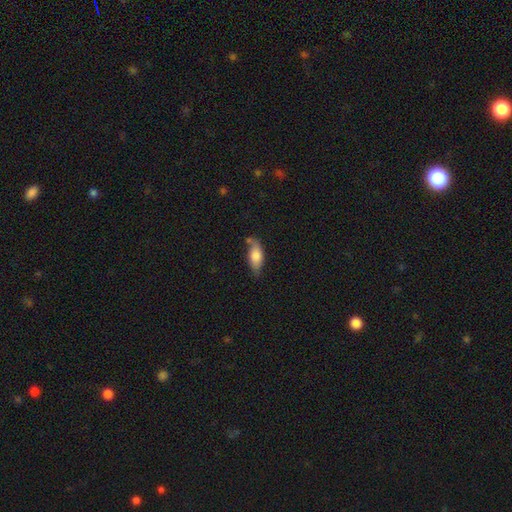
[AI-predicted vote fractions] Q: Smooth or featured?
A: smooth (75%); runner-up: featured or disk (19%)
Q: How rounded?
A: in between (84%); runner-up: cigar-shaped (13%)
Q: Merging?
A: none (56%); runner-up: minor disturbance (28%)